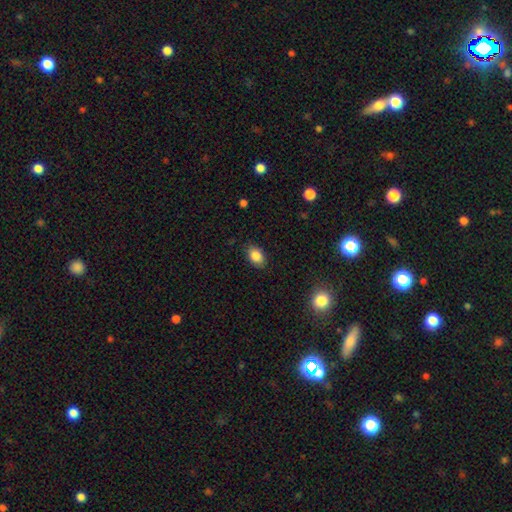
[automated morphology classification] This is clearly a smooth galaxy (85%). How rounded: clearly in between (82%). Merging: clearly none (84%).